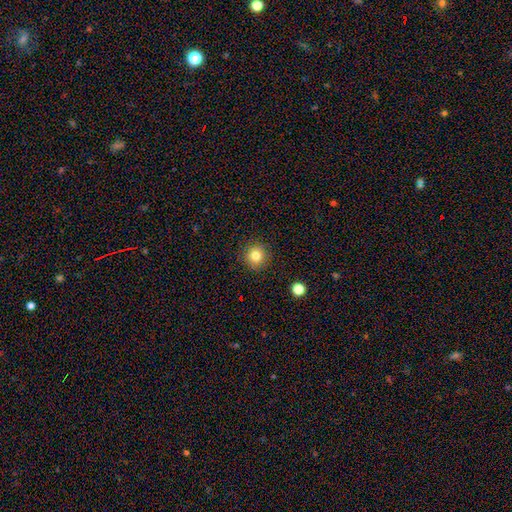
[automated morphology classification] Q: Smooth or featured?
A: smooth (81%); runner-up: star or artifact (12%)
Q: How rounded?
A: round (94%); runner-up: in between (5%)
Q: Merging?
A: none (90%); runner-up: minor disturbance (6%)